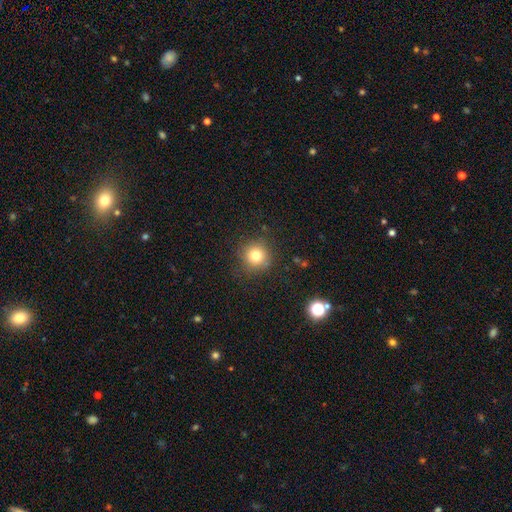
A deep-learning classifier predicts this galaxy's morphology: Smooth or featured?
  - smooth: 78% *
  - star or artifact: 13%
  - featured or disk: 9%
How rounded?
  - round: 93% *
  - in between: 6%
  - cigar-shaped: 1%
Merging?
  - none: 86% *
  - minor disturbance: 9%
  - major disturbance: 3%
  - merger: 2%